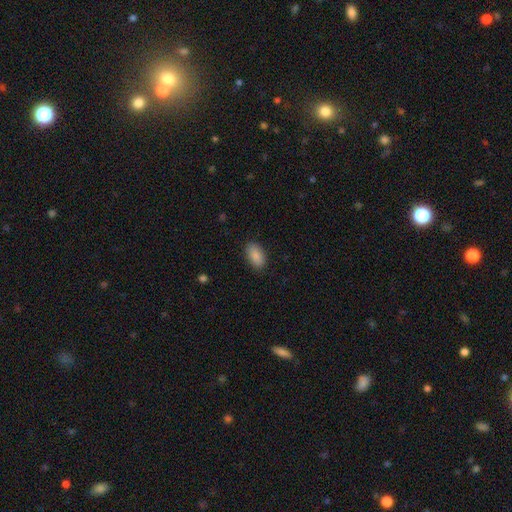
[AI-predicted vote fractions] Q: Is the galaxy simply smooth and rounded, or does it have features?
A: smooth — 88%.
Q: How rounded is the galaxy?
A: in between — 93%.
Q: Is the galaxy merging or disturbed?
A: none — 88%.